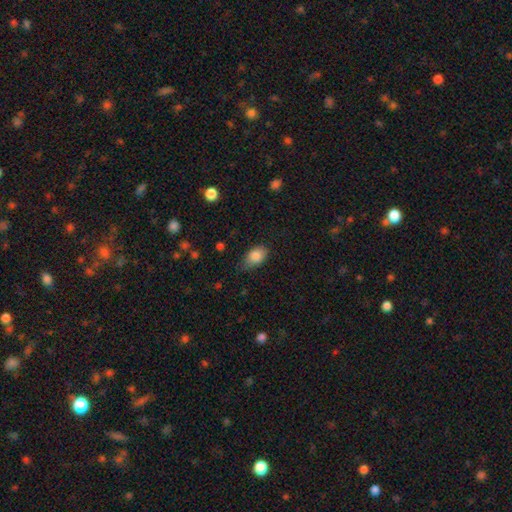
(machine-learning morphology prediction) Smooth or featured?
  - smooth: 85% *
  - star or artifact: 8%
  - featured or disk: 7%
How rounded?
  - in between: 85% *
  - round: 14%
  - cigar-shaped: 2%
Merging?
  - none: 65% *
  - minor disturbance: 28%
  - major disturbance: 6%
  - merger: 1%